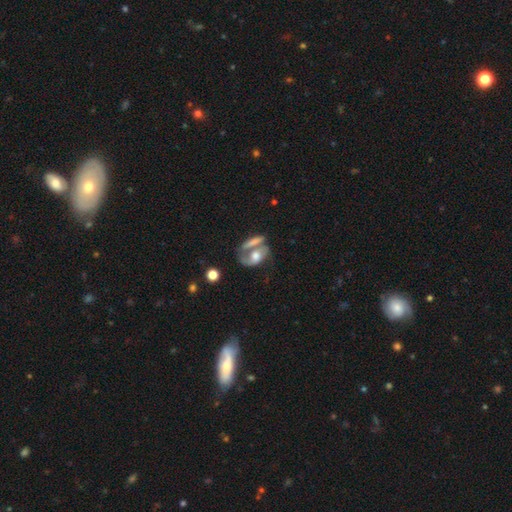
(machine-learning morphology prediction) This appears to be a featured or disk galaxy (55%) with no bar (63%), spiral arms (67%) and a moderate central bulge (51%). Merging: merger (44%).